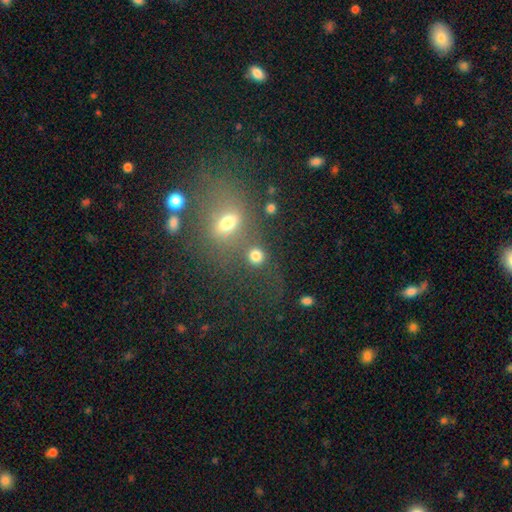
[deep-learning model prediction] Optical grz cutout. It shows a smooth galaxy with no disk features (79%) that is round (85%). Merging: none (61%).